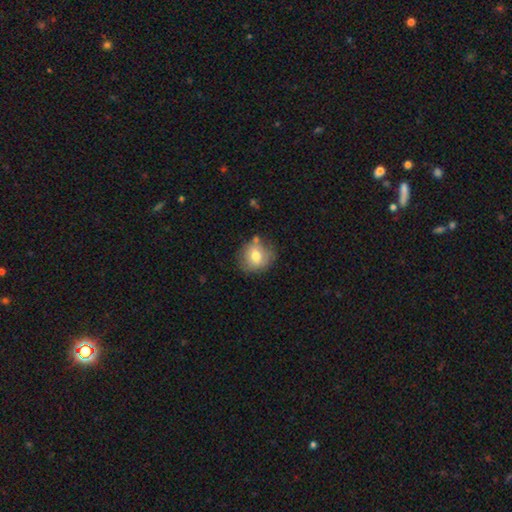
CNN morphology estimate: smooth 74%, featured or disk 18%, star or artifact 9%. Down the decision tree: how rounded — round (79%); merging — none (71%).